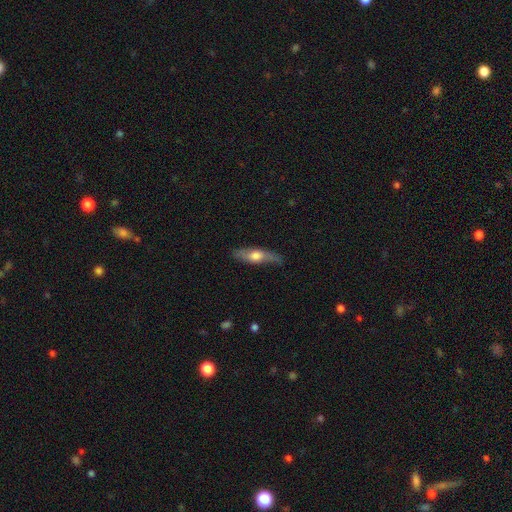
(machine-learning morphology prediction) Q: Smooth or featured?
A: featured or disk (49%); runner-up: smooth (45%)
Q: Merging?
A: none (70%); runner-up: minor disturbance (22%)